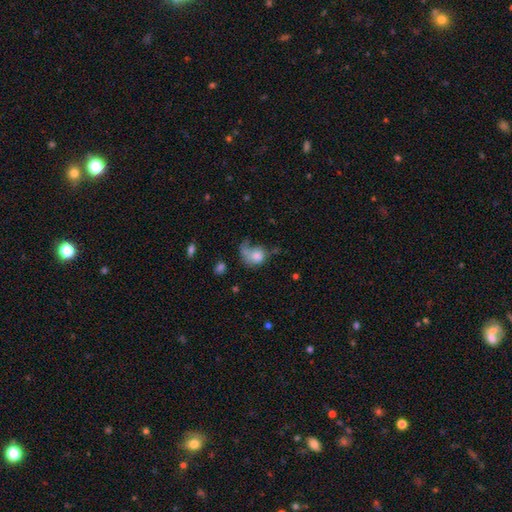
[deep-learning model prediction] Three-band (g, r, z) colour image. It shows a smooth galaxy with no disk features (68%) that is round (53%). Merging: major disturbance (42%).